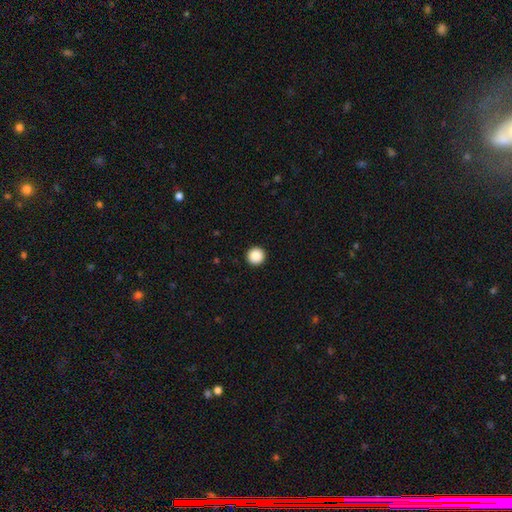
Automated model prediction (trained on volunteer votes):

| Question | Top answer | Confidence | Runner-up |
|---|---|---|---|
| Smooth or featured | smooth | 88% | star or artifact (9%) |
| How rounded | round | 96% | in between (3%) |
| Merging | none | 94% | minor disturbance (4%) |